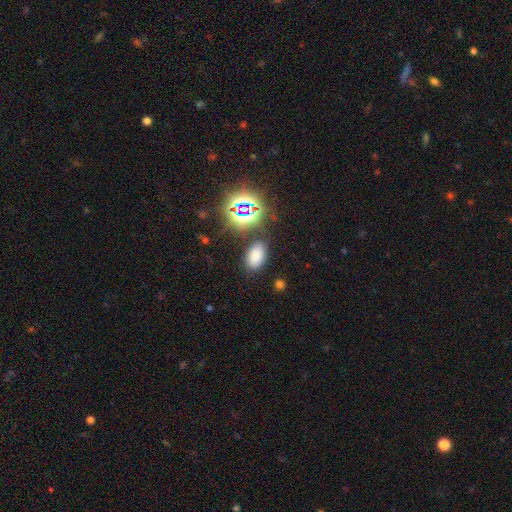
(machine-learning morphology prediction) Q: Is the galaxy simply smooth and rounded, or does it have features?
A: smooth — 72%.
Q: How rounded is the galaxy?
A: in between — 90%.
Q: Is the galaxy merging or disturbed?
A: none — 82%.